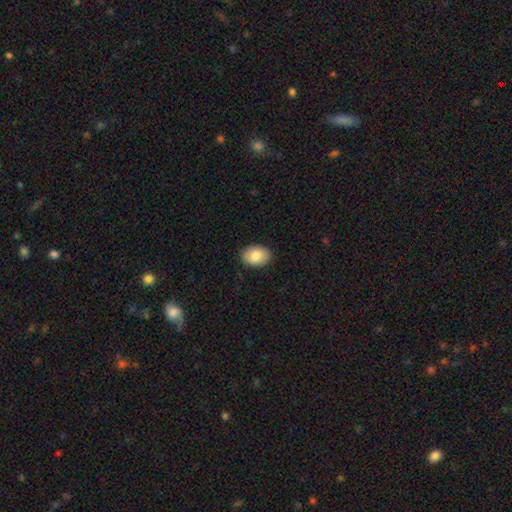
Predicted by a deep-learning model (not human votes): smooth 85%, featured or disk 9%, star or artifact 7%. Down the decision tree: how rounded — in between (81%); merging — none (89%).